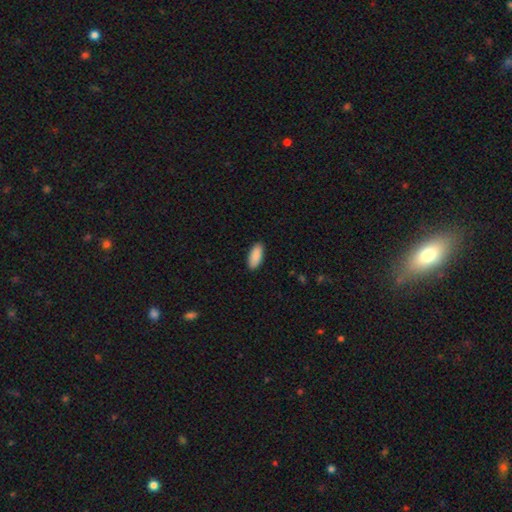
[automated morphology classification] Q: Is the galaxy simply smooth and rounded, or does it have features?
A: smooth — 91%.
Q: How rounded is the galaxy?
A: in between — 86%.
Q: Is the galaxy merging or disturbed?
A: none — 90%.